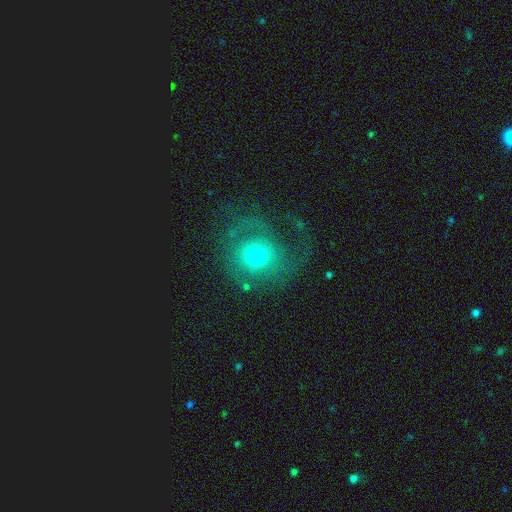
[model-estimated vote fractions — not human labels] Morphology: type=smooth (48%); merging=none (52%).